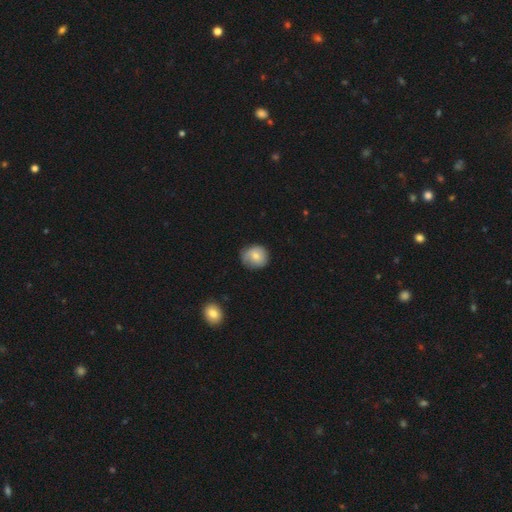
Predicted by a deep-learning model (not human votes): A smooth galaxy with no disk features (73%) that is round (82%). Merging: none (68%).